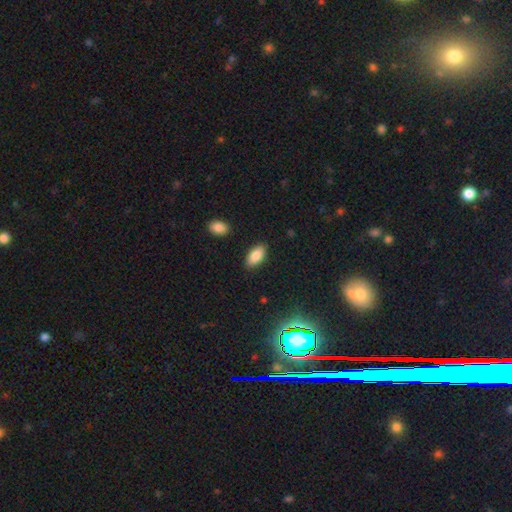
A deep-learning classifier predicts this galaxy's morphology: smooth-or-featured: smooth: 85% | star or artifact: 8% | featured or disk: 8%
  how-rounded: in between: 91% | cigar-shaped: 6% | round: 3%
  merging: none: 87% | minor disturbance: 9% | major disturbance: 2% | merger: 2%